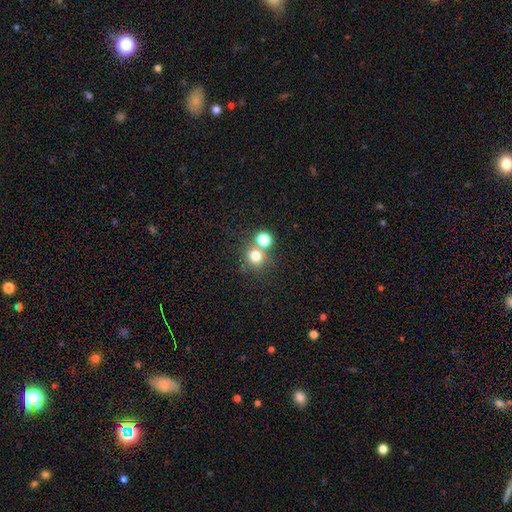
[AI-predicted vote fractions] This is likely a smooth galaxy (72%). How rounded: clearly round (89%). Merging: possibly none (59%).